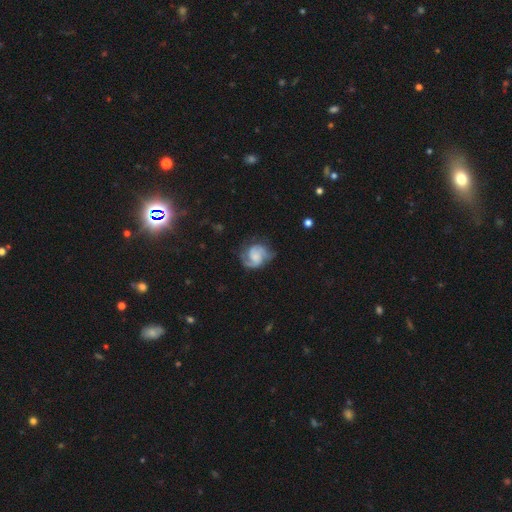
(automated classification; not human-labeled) Overall: featured or disk (77%). Edge-on disk: no (98%). Bar: no (57%; weak 35%). Spiral arms: yes (95%). Spiral arm count: 2 (78%). Spiral winding: medium (48%; tight 32%). Bulge size: none (37%; small 29%). Merging: none (63%).